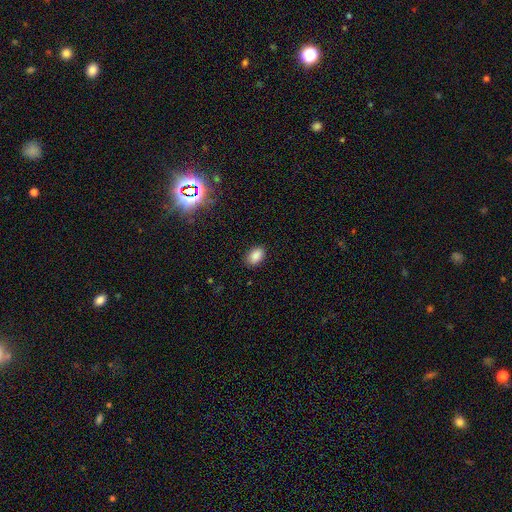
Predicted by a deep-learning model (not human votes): The model was most divided on "smooth or featured": smooth: 86%, star or artifact: 10%, featured or disk: 4%. More confident: how rounded — in between (88%); merging — none (88%).